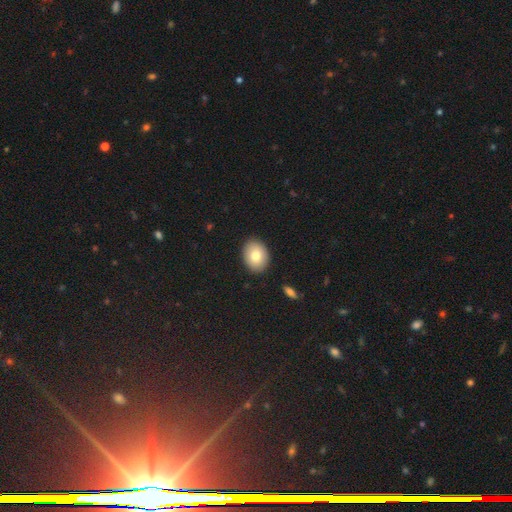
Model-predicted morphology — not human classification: A smooth galaxy with no disk features (78%) that is in between round and cigar-shaped (62%).

Vote fractions:
- Smooth or featured? smooth: 78% / featured or disk: 14% / star or artifact: 8%
- How rounded? in between: 62% / round: 37% / cigar-shaped: 1%
- Merging? none: 89% / minor disturbance: 7% / major disturbance: 2% / merger: 1%